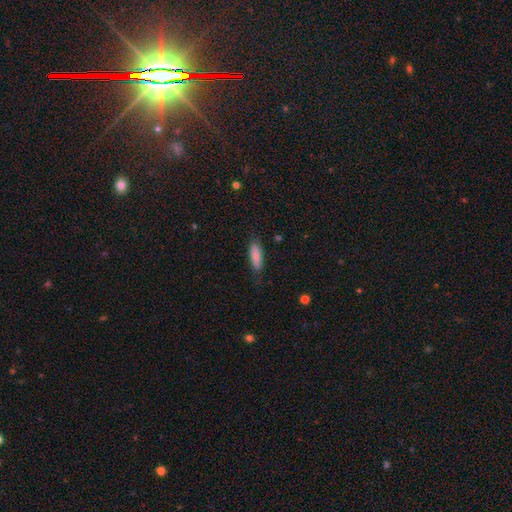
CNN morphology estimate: The model was most divided on "how rounded": in between: 53%, cigar-shaped: 46%, round: 2%. More confident: smooth or featured — smooth (84%); merging — none (79%).